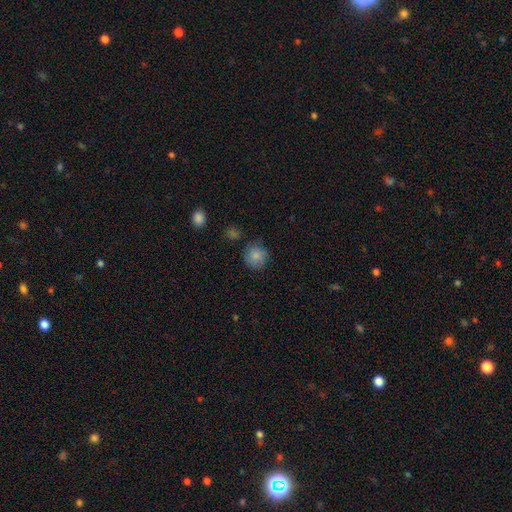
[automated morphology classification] Smooth or featured? Predicted: smooth (p=0.85). How rounded? Predicted: round (p=0.90). Merging? Predicted: none (p=0.80).